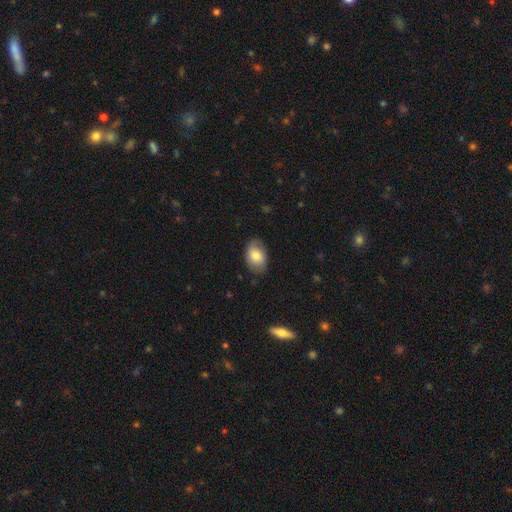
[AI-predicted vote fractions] smooth 75%, featured or disk 18%, star or artifact 7%. Down the decision tree: how rounded — in between (85%); merging — none (77%).